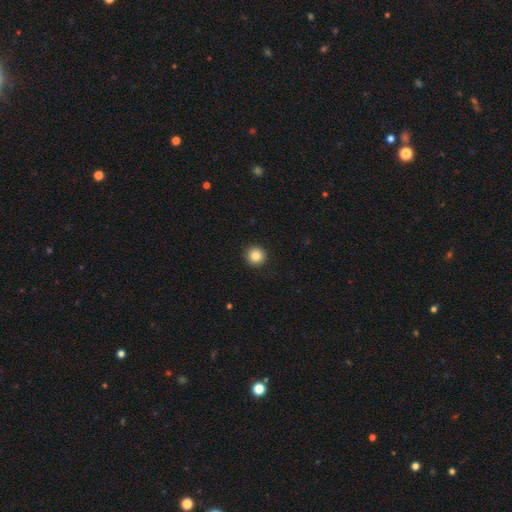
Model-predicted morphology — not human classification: This appears to be a smooth galaxy with no disk features (85%) that is round (95%). Merging: none (93%).